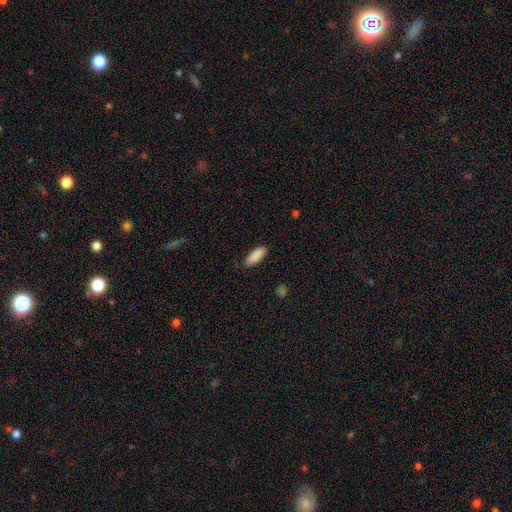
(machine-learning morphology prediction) Smooth or featured?
  - smooth: 90% *
  - star or artifact: 6%
  - featured or disk: 4%
How rounded?
  - in between: 65% *
  - cigar-shaped: 34%
  - round: 2%
Merging?
  - none: 85% *
  - minor disturbance: 12%
  - major disturbance: 2%
  - merger: 1%